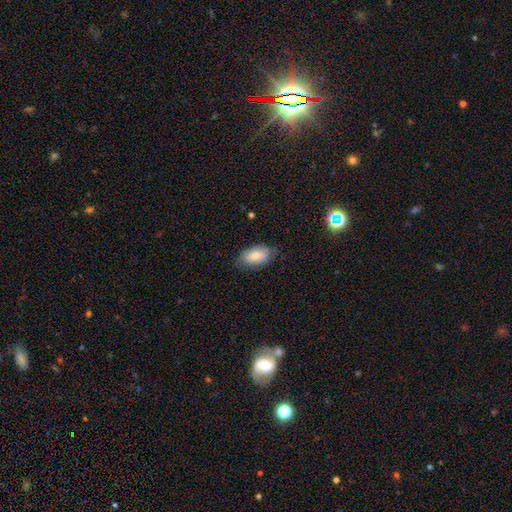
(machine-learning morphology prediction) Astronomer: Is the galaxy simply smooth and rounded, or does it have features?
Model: smooth — 77%.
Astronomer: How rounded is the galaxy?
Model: in between — 93%.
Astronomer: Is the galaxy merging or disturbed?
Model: none — 72%.